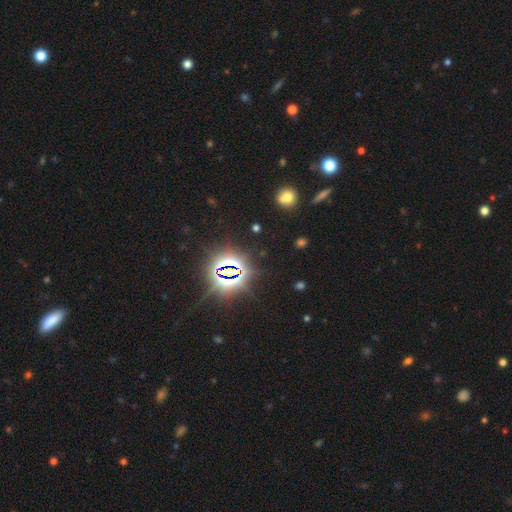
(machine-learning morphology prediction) Smooth or featured: star or artifact — 83% (smooth — 10%)